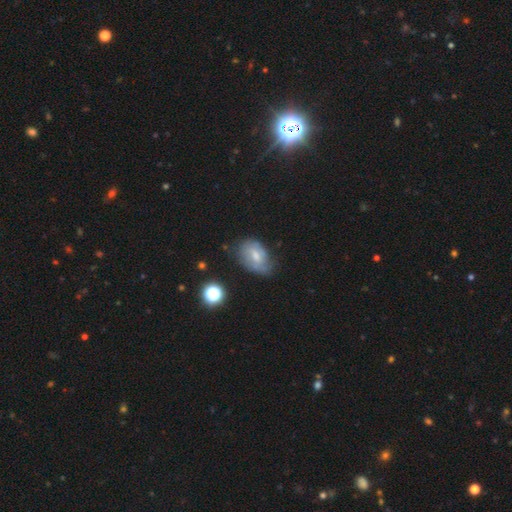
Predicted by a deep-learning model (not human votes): A smooth galaxy with no disk features (52%) that is in between round and cigar-shaped (84%). Merging: none (55%).